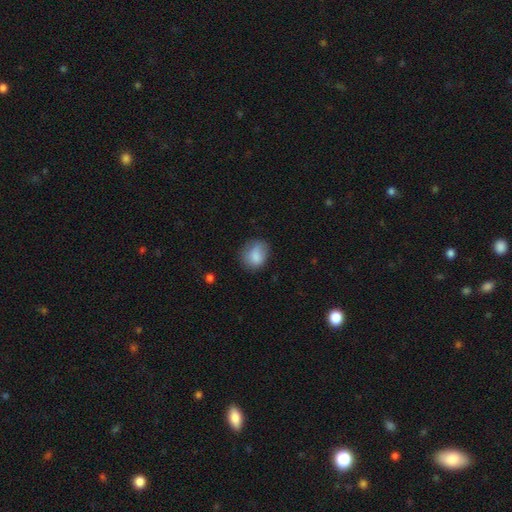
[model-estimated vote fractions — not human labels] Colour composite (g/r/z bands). It shows a smooth galaxy with no disk features (83%) that is round (51%). Merging: none (66%).